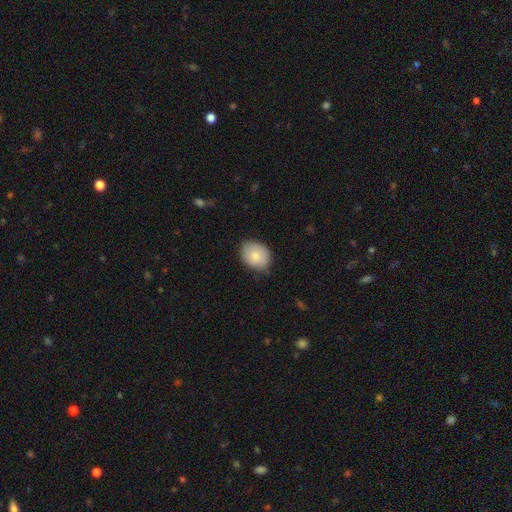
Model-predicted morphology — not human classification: The model was most divided on "how rounded": in between: 52%, round: 47%, cigar-shaped: 1%. More confident: smooth or featured — smooth (83%); merging — none (74%).